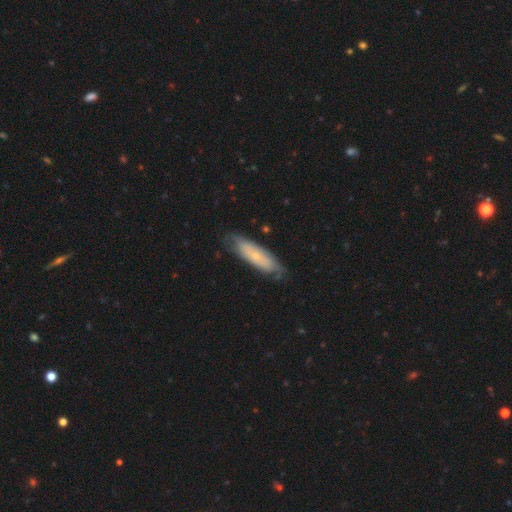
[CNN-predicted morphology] A smooth galaxy with no disk features (49%). Merging: none (72%).